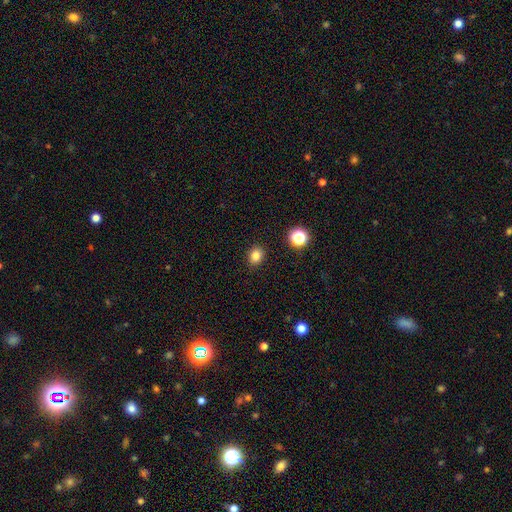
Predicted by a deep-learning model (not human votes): smooth-or-featured: smooth: 81% | star or artifact: 13% | featured or disk: 5%
  how-rounded: round: 57% | in between: 42% | cigar-shaped: 1%
  merging: none: 90% | minor disturbance: 7% | major disturbance: 2% | merger: 1%